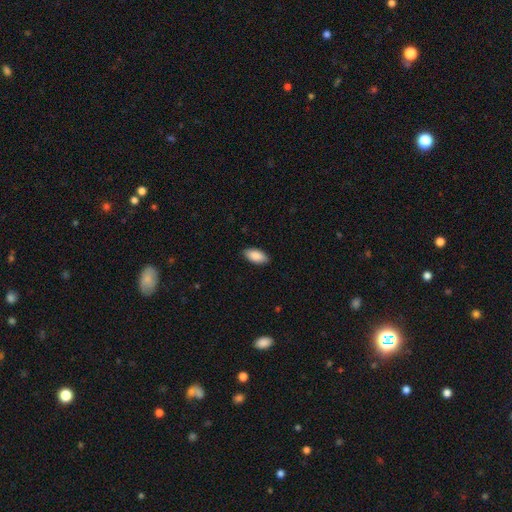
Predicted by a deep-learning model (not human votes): Smooth or featured? smooth (90%)
How rounded? in between (93%)
Merging? none (89%)